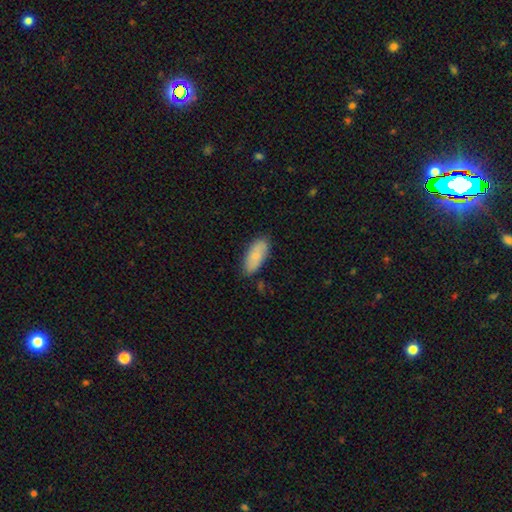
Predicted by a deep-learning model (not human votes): Morphology: type=smooth (77%); roundness=in between (87%); merging=none (81%).